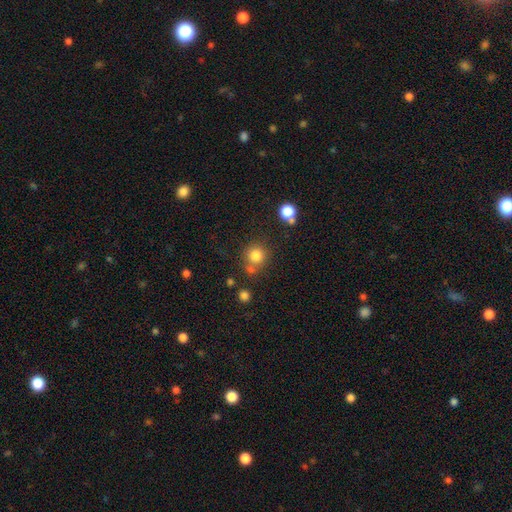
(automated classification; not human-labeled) Smooth or featured? Predicted: smooth (p=0.81). How rounded? Predicted: round (p=0.90). Merging? Predicted: none (p=0.69).